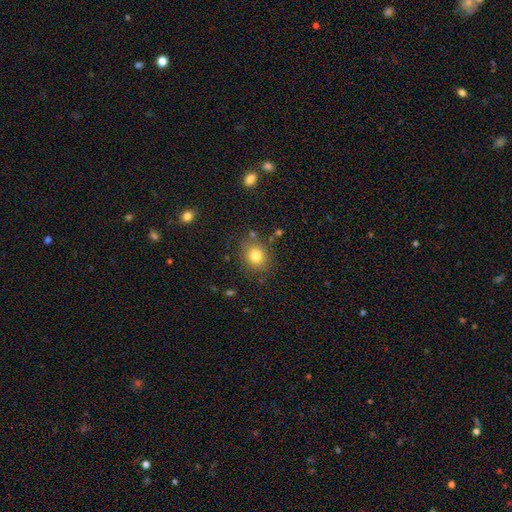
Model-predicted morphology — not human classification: smooth 80%, star or artifact 12%, featured or disk 9%. Down the decision tree: how rounded — round (69%); merging — none (81%).